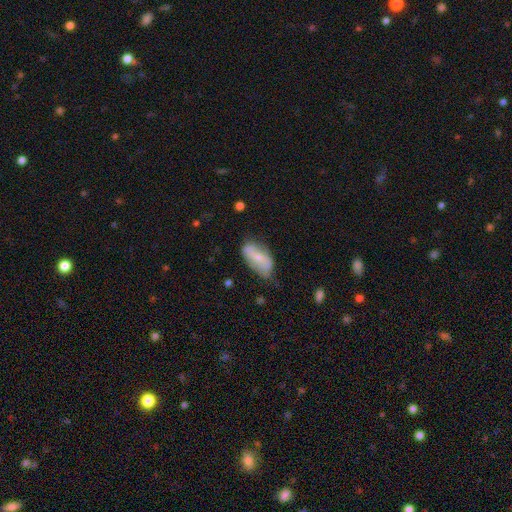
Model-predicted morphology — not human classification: smooth 47%, featured or disk 46%, star or artifact 7%. Down the decision tree: merging — none (52%).